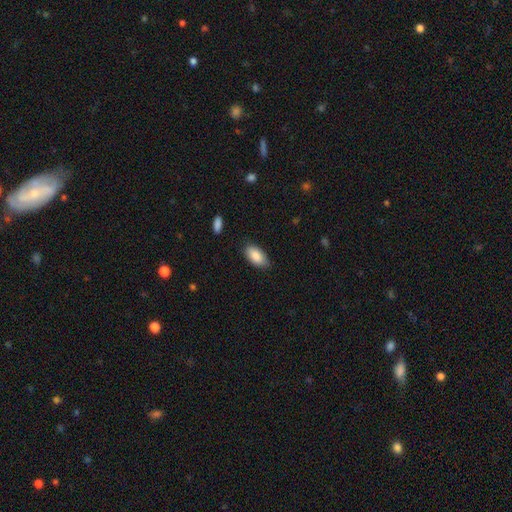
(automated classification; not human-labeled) smooth-or-featured: smooth: 88% | star or artifact: 6% | featured or disk: 6%
  how-rounded: in between: 93% | cigar-shaped: 4% | round: 3%
  merging: none: 79% | minor disturbance: 17% | major disturbance: 3% | merger: 1%